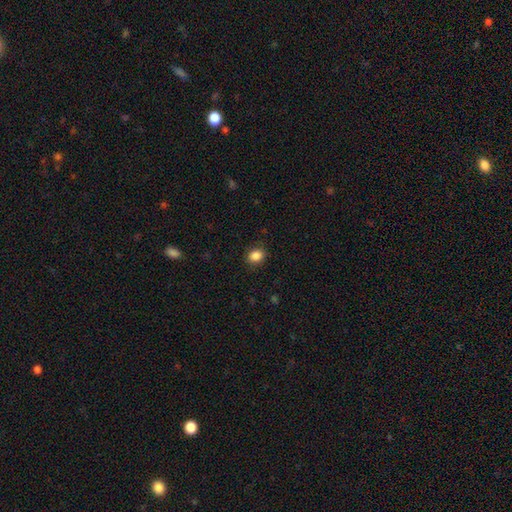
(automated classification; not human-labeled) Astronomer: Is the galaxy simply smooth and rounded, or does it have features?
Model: smooth — 87%.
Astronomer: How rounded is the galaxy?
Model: round — 57% (runner-up: in between, 42%).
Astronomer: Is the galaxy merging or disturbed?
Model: none — 87%.